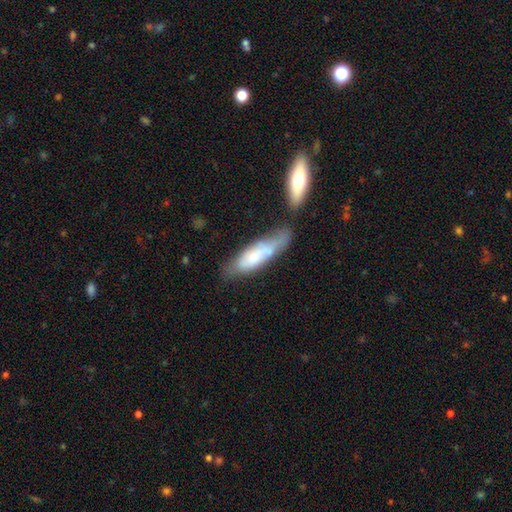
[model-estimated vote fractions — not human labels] smooth 58%, featured or disk 35%, star or artifact 7%. Down the decision tree: how rounded — cigar-shaped (55%); merging — none (41%).